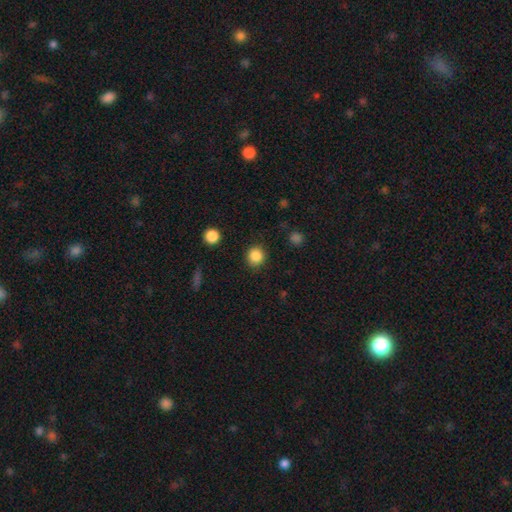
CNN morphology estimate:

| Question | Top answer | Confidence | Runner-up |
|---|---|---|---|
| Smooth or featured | smooth | 86% | star or artifact (10%) |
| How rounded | round | 88% | in between (11%) |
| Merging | none | 89% | minor disturbance (7%) |